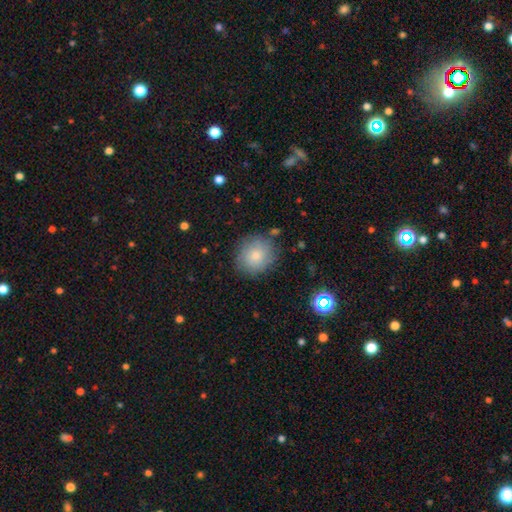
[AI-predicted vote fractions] Overall: smooth (77%). How rounded: round (86%). Merging: none (78%).